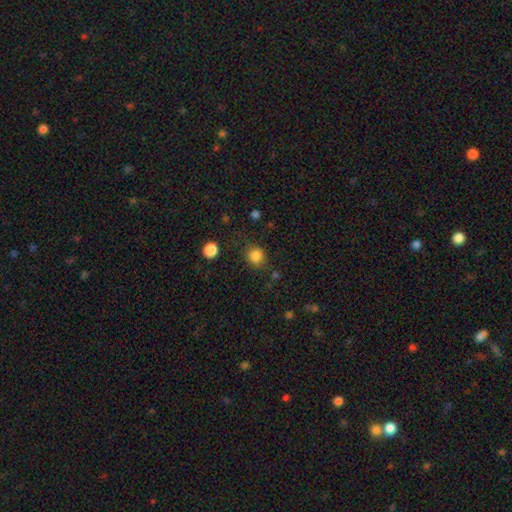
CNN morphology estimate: smooth-or-featured: smooth: 84% | star or artifact: 12% | featured or disk: 4%
  how-rounded: round: 78% | in between: 21% | cigar-shaped: 1%
  merging: none: 78% | minor disturbance: 14% | major disturbance: 5% | merger: 3%